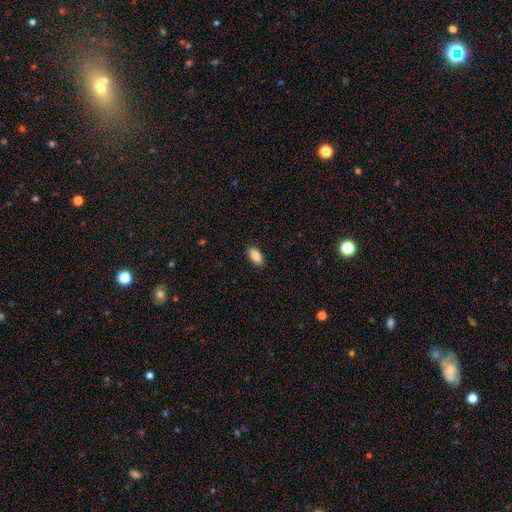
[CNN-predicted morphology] This appears to be a smooth galaxy with no disk features (88%) that is in between round and cigar-shaped (93%). Merging: none (90%).